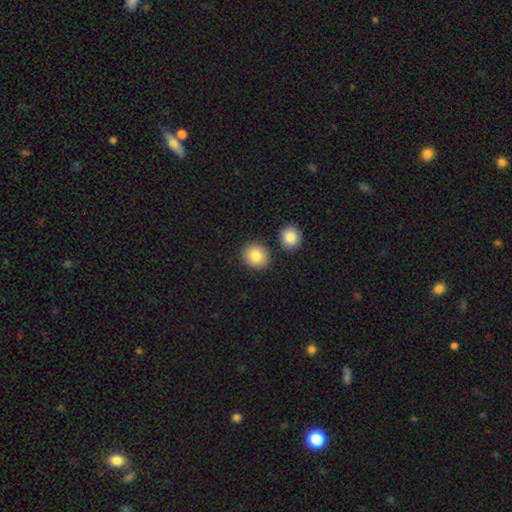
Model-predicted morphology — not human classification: Smooth or featured: smooth — 86% (star or artifact — 8%)
How rounded: round — 81% (in between — 18%)
Merging: none — 83% (minor disturbance — 8%)